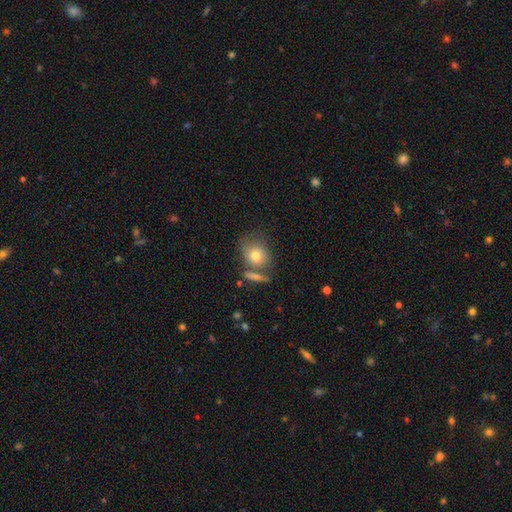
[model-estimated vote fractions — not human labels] This is likely a smooth galaxy (73%). How rounded: possibly round (53%). Merging: possibly none (48%).